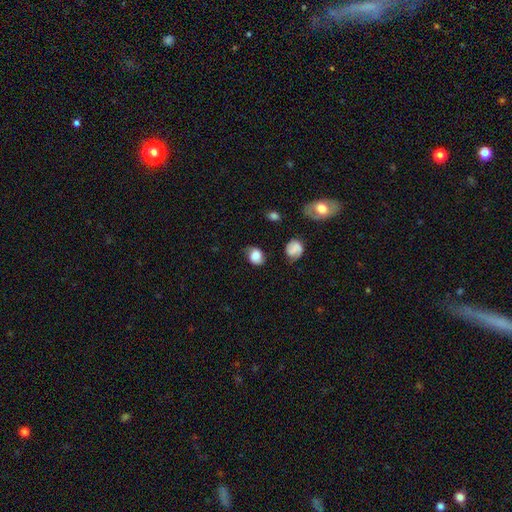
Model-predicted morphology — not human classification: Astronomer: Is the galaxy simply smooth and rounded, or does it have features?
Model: smooth — 75%.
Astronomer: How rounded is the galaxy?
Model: in between — 50% (runner-up: round, 49%).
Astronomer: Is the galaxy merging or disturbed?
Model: none — 59%.